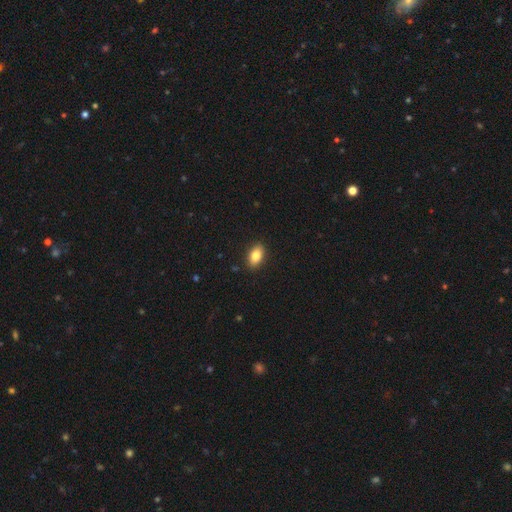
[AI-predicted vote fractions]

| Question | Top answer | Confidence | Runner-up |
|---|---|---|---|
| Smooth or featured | smooth | 84% | featured or disk (8%) |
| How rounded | in between | 91% | round (7%) |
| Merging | none | 90% | minor disturbance (8%) |